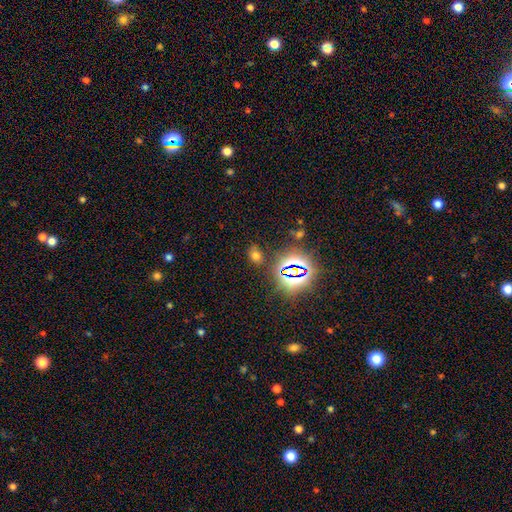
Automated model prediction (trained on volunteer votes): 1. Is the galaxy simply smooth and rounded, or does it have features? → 56% smooth, 37% star or artifact, 7% featured or disk.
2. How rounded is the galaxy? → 64% in between, 34% round, 2% cigar-shaped.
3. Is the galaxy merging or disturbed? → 80% none, 12% minor disturbance, 4% major disturbance, 4% merger.